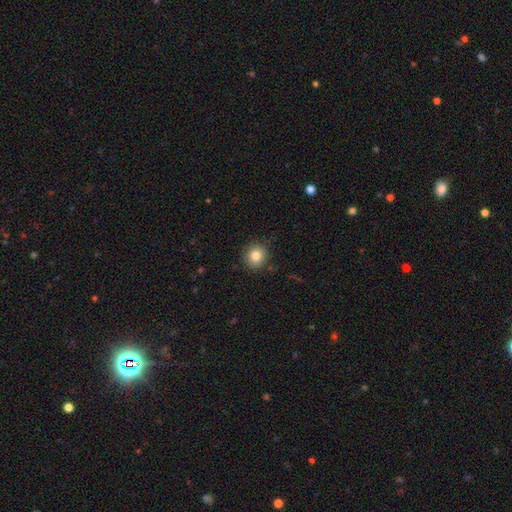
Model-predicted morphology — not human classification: Q: Smooth or featured?
A: smooth (83%); runner-up: star or artifact (10%)
Q: How rounded?
A: round (89%); runner-up: in between (10%)
Q: Merging?
A: none (88%); runner-up: minor disturbance (9%)